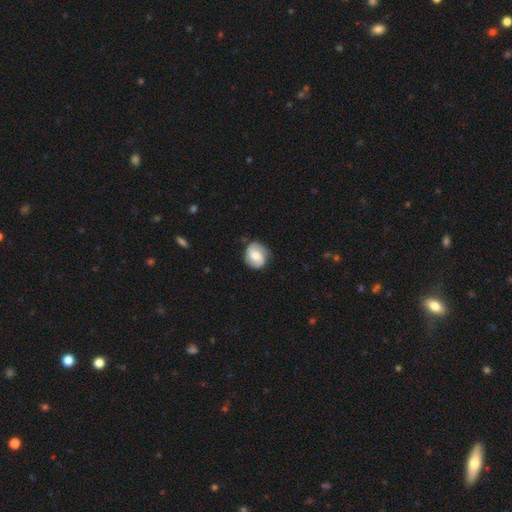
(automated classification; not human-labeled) A featured or disk galaxy (56%) with no bar (50%), spiral arms (91%) and a moderate central bulge (53%). Merging: none (78%).